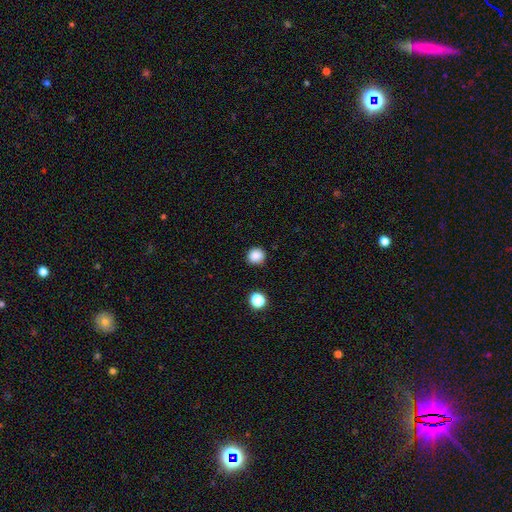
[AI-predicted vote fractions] Q: Smooth or featured?
A: smooth (86%); runner-up: star or artifact (11%)
Q: How rounded?
A: round (93%); runner-up: in between (6%)
Q: Merging?
A: none (90%); runner-up: minor disturbance (7%)